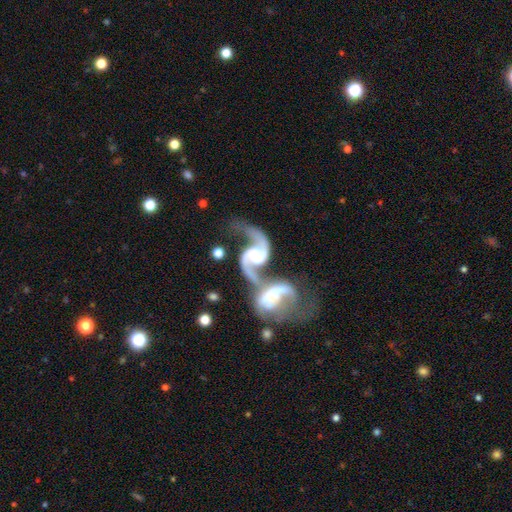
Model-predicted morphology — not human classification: featured or disk 91%, smooth 5%, star or artifact 4%. Down the decision tree: edge-on disk — no (98%); bar — no (45%); spiral arms — yes (97%); spiral arm count — 2 (93%); spiral winding — loose (61%); bulge size — moderate (37%, tied with small); merging — merger (67%).